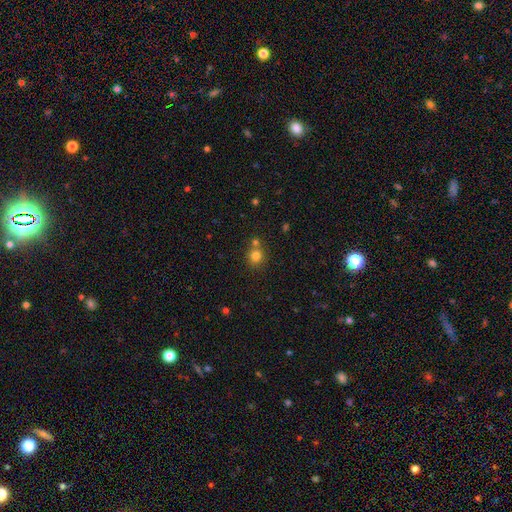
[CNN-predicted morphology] The model was most divided on "merging": none: 64%, merger: 25%, minor disturbance: 8%, major disturbance: 3%. More confident: how rounded — round (87%); smooth or featured — smooth (79%).